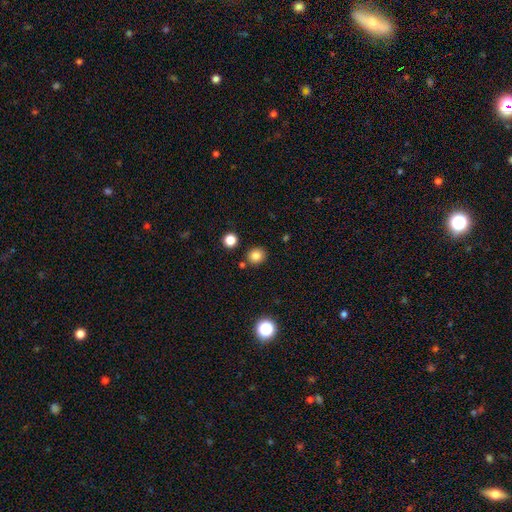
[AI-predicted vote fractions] This appears to be a smooth galaxy with no disk features (82%) that is round (84%). Merging: none (84%).